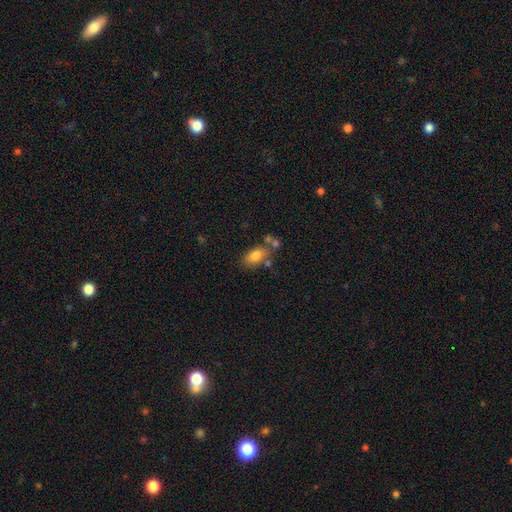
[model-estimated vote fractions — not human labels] Smooth or featured? smooth (78%)
How rounded? in between (87%)
Merging? none (58%)